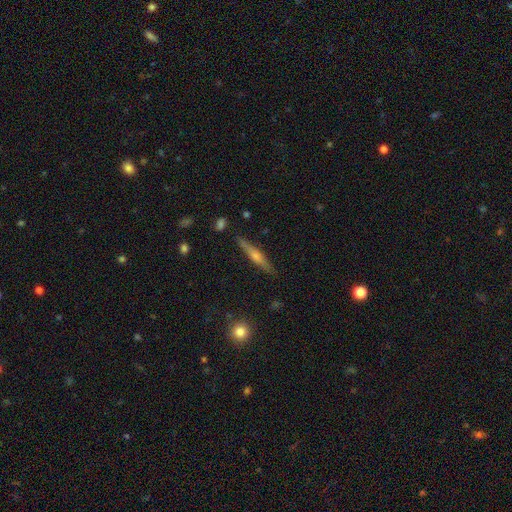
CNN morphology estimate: A featured or disk galaxy (61%) viewed edge-on (97%) with a rounded central bulge (80%).

Vote fractions:
- Smooth or featured? featured or disk: 61% / smooth: 32% / star or artifact: 7%
- Edge-on disk? yes: 97% / no: 3%
- Edge-on bulge? rounded: 80% / none: 12% / boxy: 8%
- Merging? none: 88% / minor disturbance: 9% / major disturbance: 2% / merger: 2%